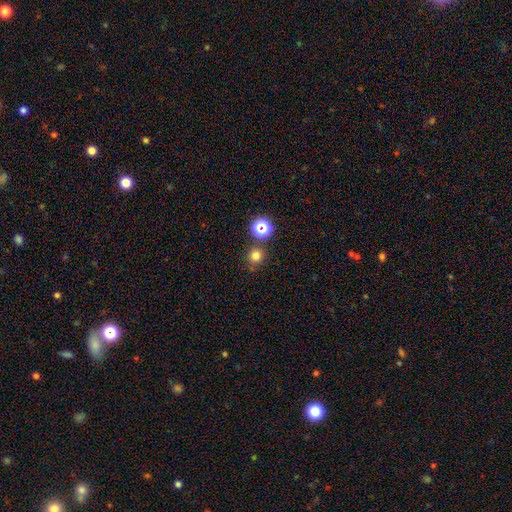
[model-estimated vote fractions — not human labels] Smooth or featured? Predicted: smooth (p=0.75). How rounded? Predicted: round (p=0.92). Merging? Predicted: none (p=0.78).